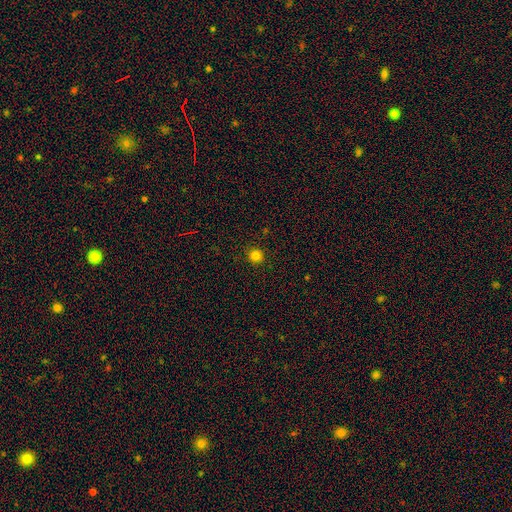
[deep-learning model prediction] smooth-or-featured: smooth: 81% | star or artifact: 14% | featured or disk: 4%
  how-rounded: round: 94% | in between: 5% | cigar-shaped: 1%
  merging: none: 92% | minor disturbance: 5% | major disturbance: 2% | merger: 1%